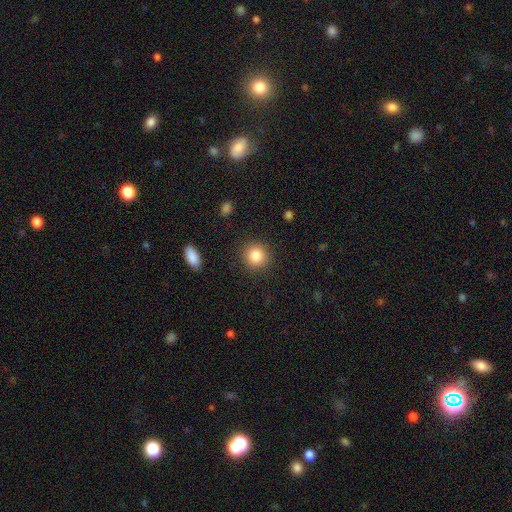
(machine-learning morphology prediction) Smooth or featured: smooth — 84% (star or artifact — 10%)
How rounded: round — 91% (in between — 8%)
Merging: none — 90% (minor disturbance — 7%)